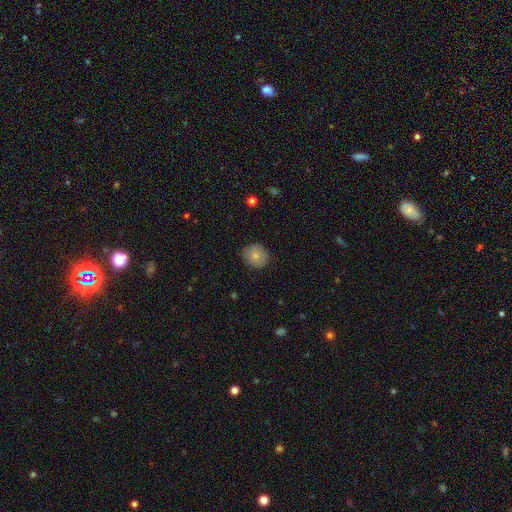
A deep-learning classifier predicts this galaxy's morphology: Smooth or featured?
  - smooth: 78% *
  - featured or disk: 13%
  - star or artifact: 9%
How rounded?
  - round: 85% *
  - in between: 14%
  - cigar-shaped: 1%
Merging?
  - none: 87% *
  - minor disturbance: 10%
  - major disturbance: 2%
  - merger: 1%